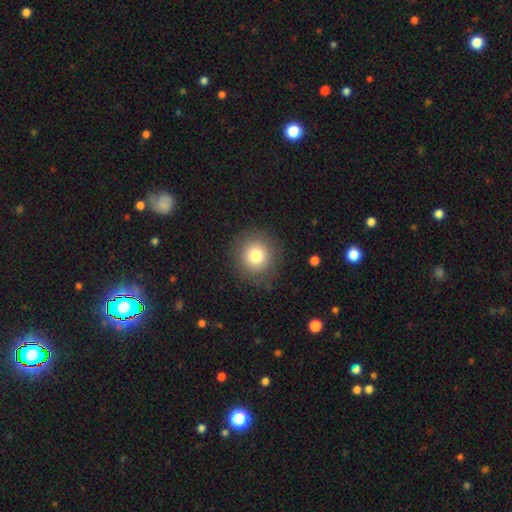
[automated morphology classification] This is likely a smooth galaxy (79%). How rounded: clearly round (93%). Merging: clearly none (88%).